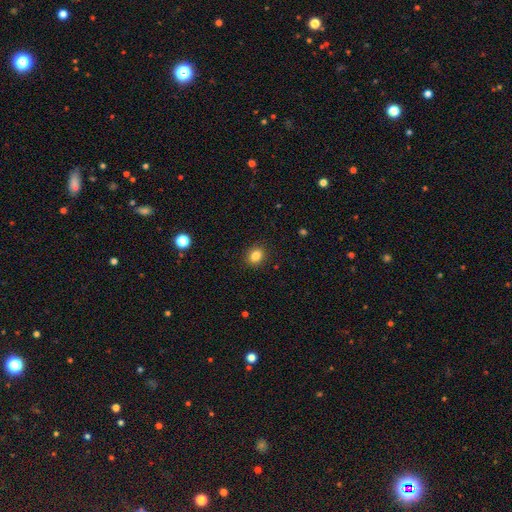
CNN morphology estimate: smooth_or_featured: smooth (p=0.84) [alt: star or artifact p=0.11]
how_rounded: round (p=0.56) [alt: in between p=0.43]
merging: none (p=0.89) [alt: minor disturbance p=0.07]